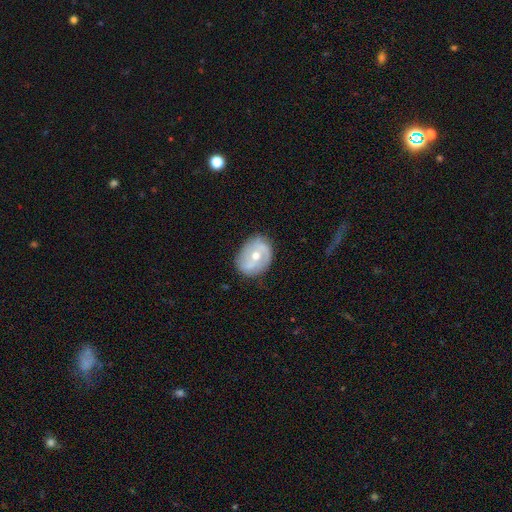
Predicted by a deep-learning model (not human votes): This is likely a featured or disk galaxy (67%). It is clearly not viewed edge-on (96%). Bar: possibly no (49%). Spiral arm pattern: likely yes (77%). Central bulge: likely moderate (66%). Merging: likely none (77%).